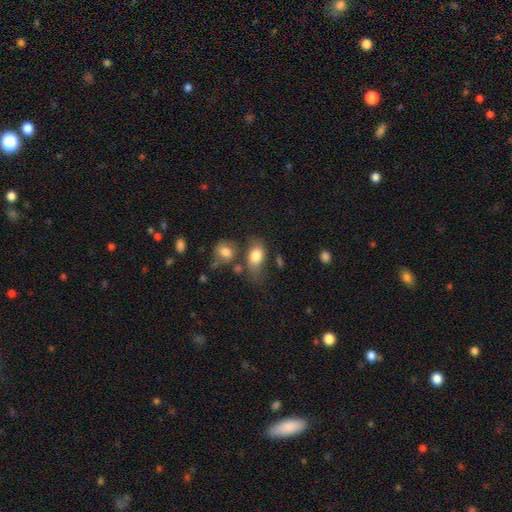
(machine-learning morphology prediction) A smooth galaxy with no disk features (81%) that is in between round and cigar-shaped (83%). Merging: none (49%).